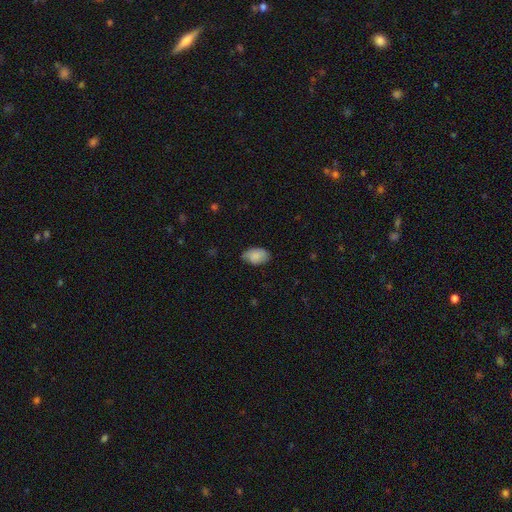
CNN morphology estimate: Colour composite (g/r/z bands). It shows a smooth galaxy with no disk features (84%) that is in between round and cigar-shaped (91%). Merging: none (73%).